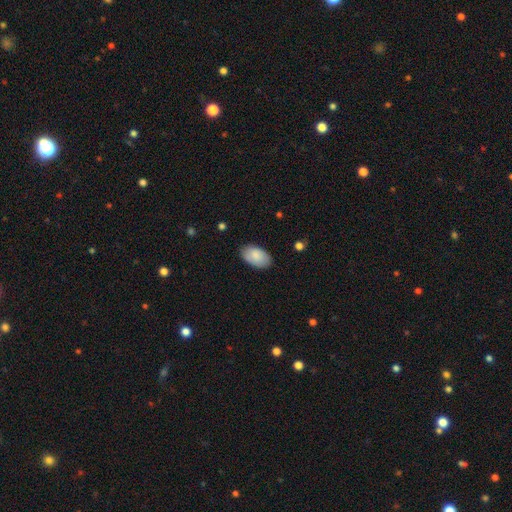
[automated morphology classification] Smooth or featured?
  - smooth: 86% *
  - featured or disk: 8%
  - star or artifact: 6%
How rounded?
  - in between: 95% *
  - round: 4%
  - cigar-shaped: 1%
Merging?
  - none: 84% *
  - minor disturbance: 12%
  - major disturbance: 2%
  - merger: 1%